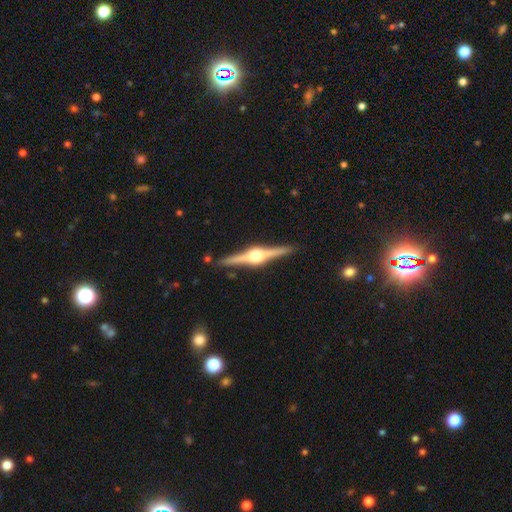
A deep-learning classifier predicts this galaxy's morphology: Q: Smooth or featured?
A: featured or disk (88%); runner-up: smooth (7%)
Q: Edge-on disk?
A: yes (99%); runner-up: no (1%)
Q: Edge-on bulge?
A: rounded (93%); runner-up: boxy (6%)
Q: Merging?
A: none (91%); runner-up: minor disturbance (7%)